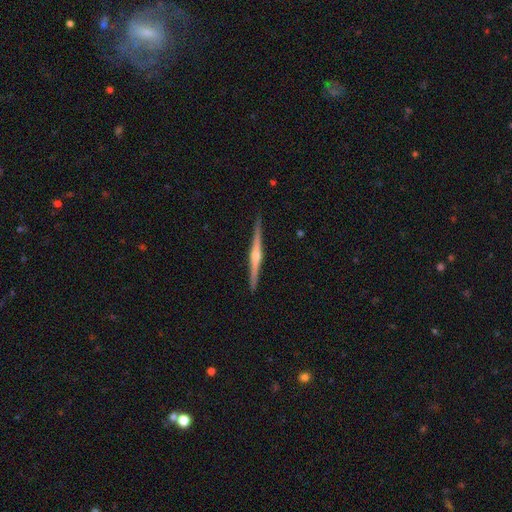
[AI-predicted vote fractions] smooth-or-featured: featured or disk: 84% | smooth: 11% | star or artifact: 5%
  disk-edge-on: yes: 99% | no: 1%
    edge-on-bulge: rounded: 87% | none: 7% | boxy: 6%
  merging: none: 92% | minor disturbance: 6% | major disturbance: 1% | merger: 1%